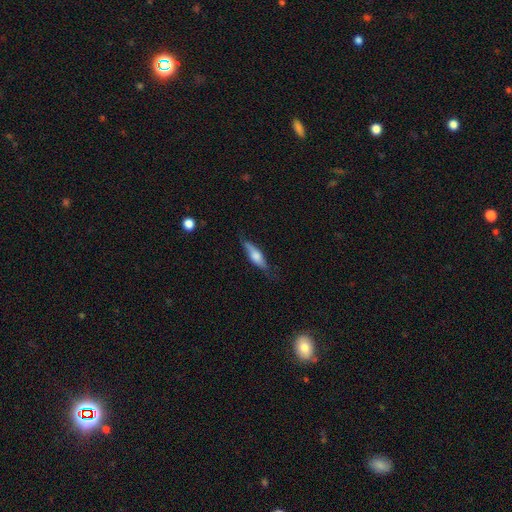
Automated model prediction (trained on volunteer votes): A smooth galaxy with no disk features (56%) that is cigar-shaped (58%).

Vote fractions:
- Smooth or featured? smooth: 56% / featured or disk: 38% / star or artifact: 6%
- How rounded? cigar-shaped: 58% / in between: 39% / round: 2%
- Merging? none: 70% / minor disturbance: 23% / major disturbance: 6% / merger: 2%